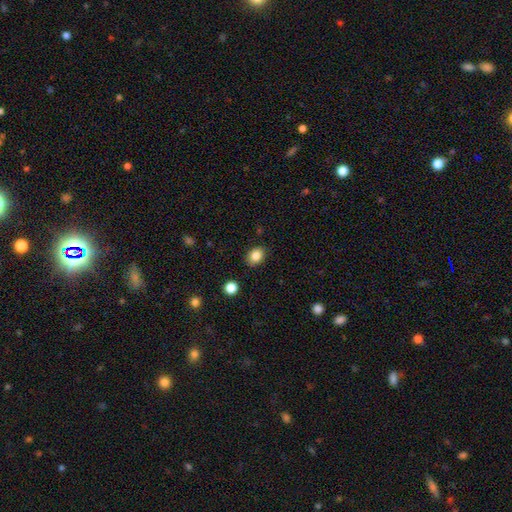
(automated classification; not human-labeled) smooth_or_featured: smooth (p=0.84) [alt: star or artifact p=0.10]
how_rounded: in between (p=0.66) [alt: round p=0.33]
merging: none (p=0.86) [alt: minor disturbance p=0.10]